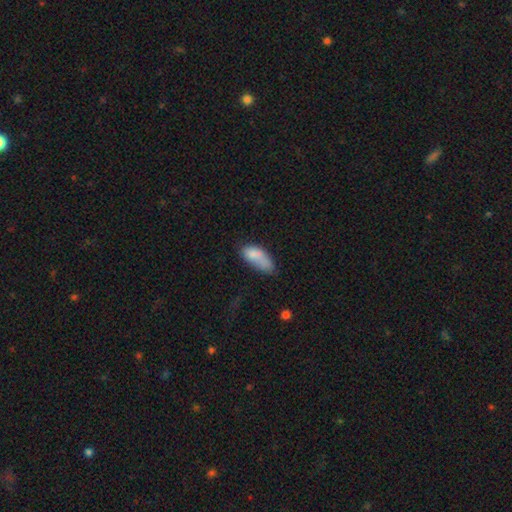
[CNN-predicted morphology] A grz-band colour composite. It shows a smooth galaxy with no disk features (78%) that is in between round and cigar-shaped (87%). Merging: none (38%).